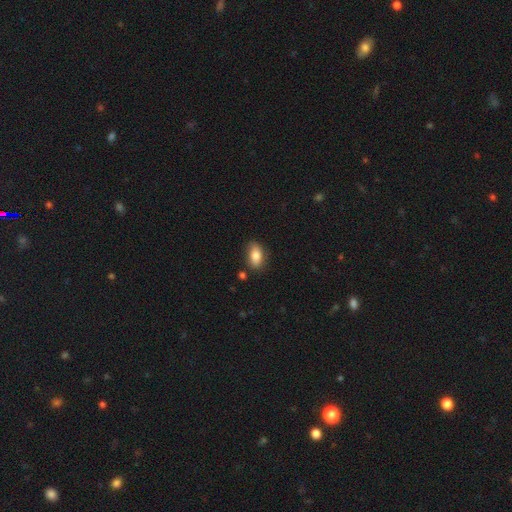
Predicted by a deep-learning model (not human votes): Overall: smooth (82%). How rounded: in between (89%). Merging: none (80%).